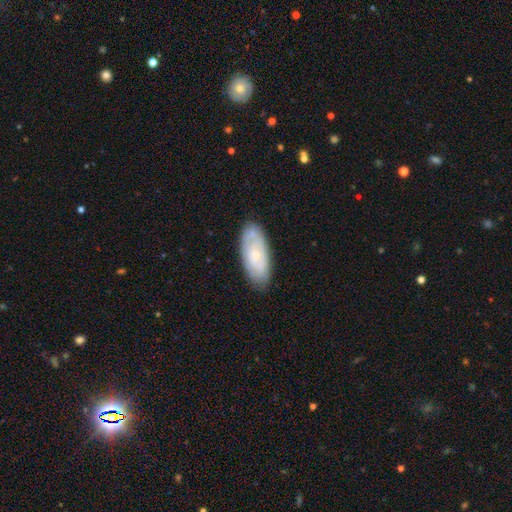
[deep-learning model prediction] Morphology: type=featured or disk (55%); edge-on=no (90%); merging=none (77%).